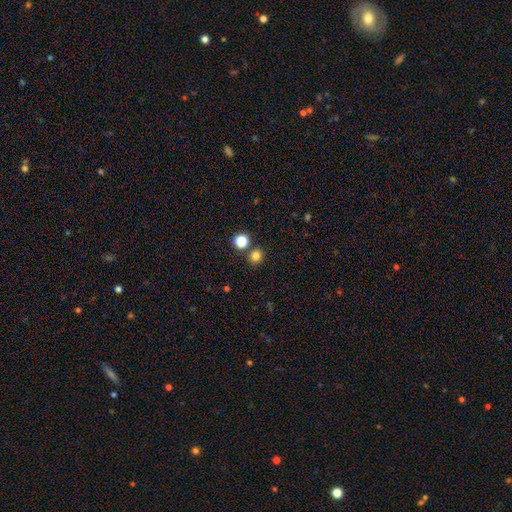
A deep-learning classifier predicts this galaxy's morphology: smooth 78%, star or artifact 17%, featured or disk 5%. Down the decision tree: how rounded — round (84%); merging — none (77%).